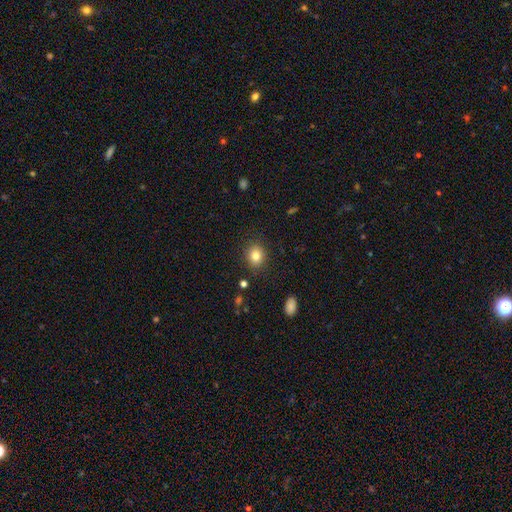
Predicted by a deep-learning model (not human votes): Smooth or featured: smooth — 82% (star or artifact — 11%)
How rounded: round — 67% (in between — 32%)
Merging: none — 88% (minor disturbance — 8%)